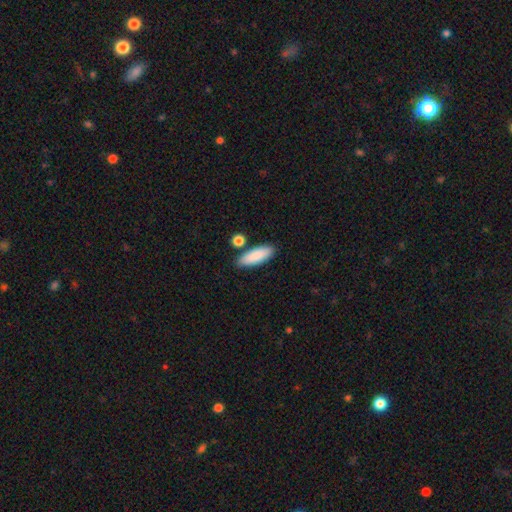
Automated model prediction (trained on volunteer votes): Smooth or featured? Predicted: smooth (p=0.87). How rounded? Predicted: in between (p=0.62). Merging? Predicted: none (p=0.79).